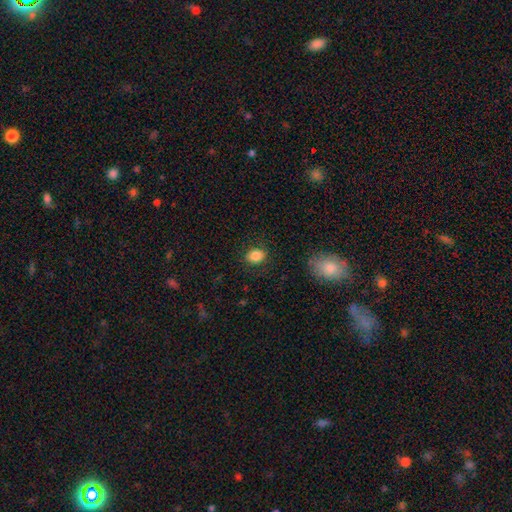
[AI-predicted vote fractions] Overall: smooth (85%). How rounded: in between (57%; round 41%). Merging: none (85%).